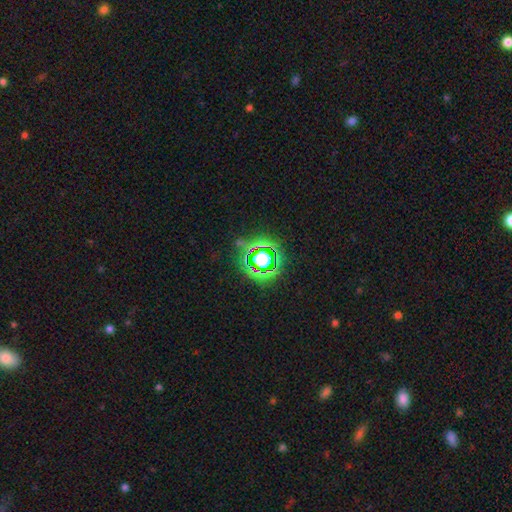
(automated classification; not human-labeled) Smooth or featured? star or artifact (80%)